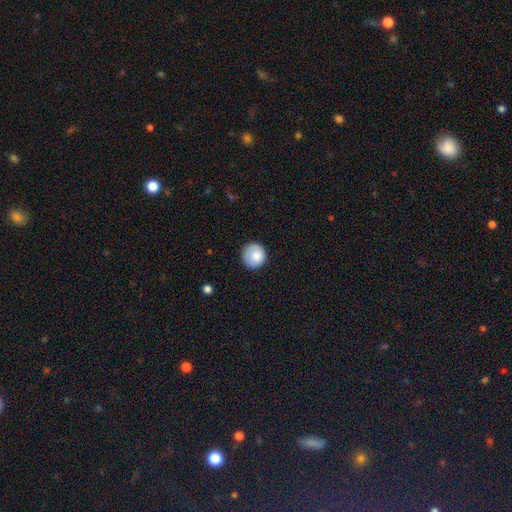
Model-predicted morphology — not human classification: Smooth or featured?
  - smooth: 83% *
  - featured or disk: 9%
  - star or artifact: 8%
How rounded?
  - round: 91% *
  - in between: 8%
  - cigar-shaped: 1%
Merging?
  - none: 81% *
  - minor disturbance: 14%
  - major disturbance: 3%
  - merger: 1%